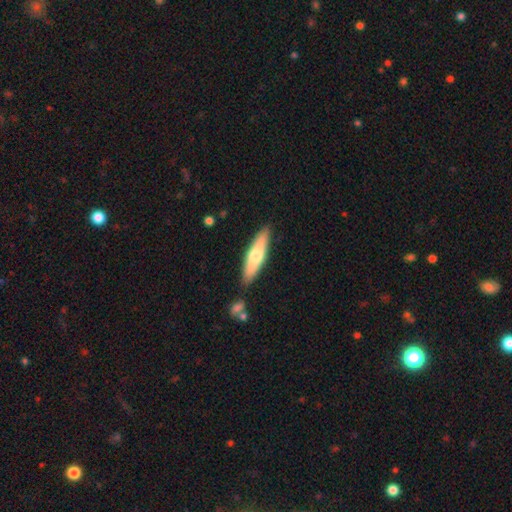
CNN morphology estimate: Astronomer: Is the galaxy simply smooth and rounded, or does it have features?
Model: smooth — 59% (runner-up: featured or disk, 36%).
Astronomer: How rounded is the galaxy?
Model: cigar-shaped — 68%.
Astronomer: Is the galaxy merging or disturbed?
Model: none — 84%.